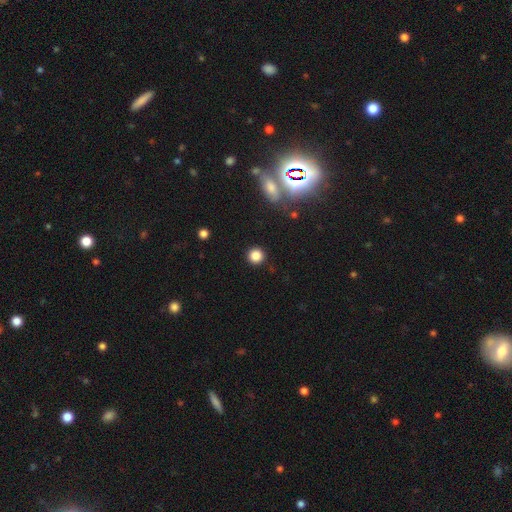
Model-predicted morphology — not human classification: A smooth galaxy with no disk features (84%) that is round (94%). Merging: none (91%).